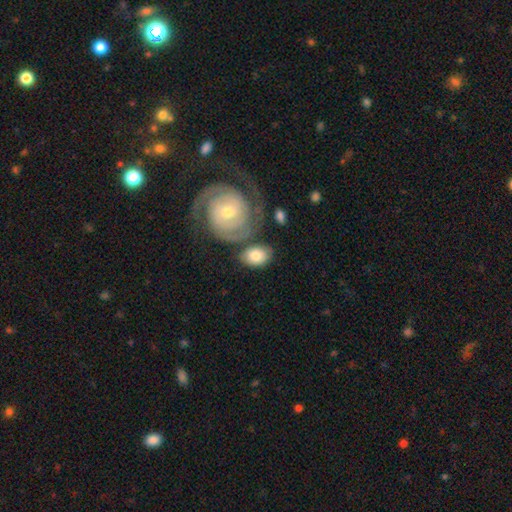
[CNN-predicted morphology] Overall: smooth (67%; featured or disk 27%). How rounded: in between (79%). Merging: none (58%; minor disturbance 18%).